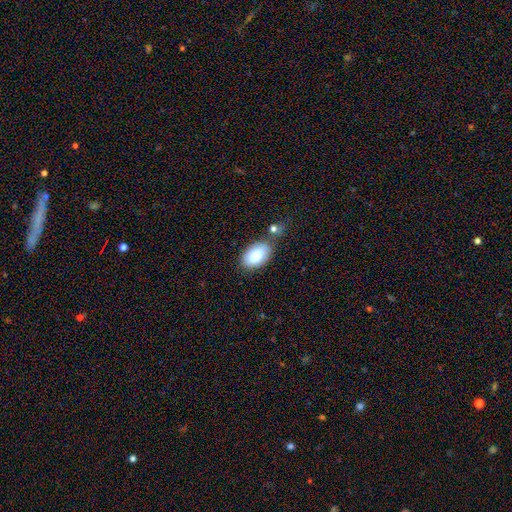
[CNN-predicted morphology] smooth 84%, featured or disk 9%, star or artifact 7%. Down the decision tree: how rounded — in between (92%); merging — none (62%).